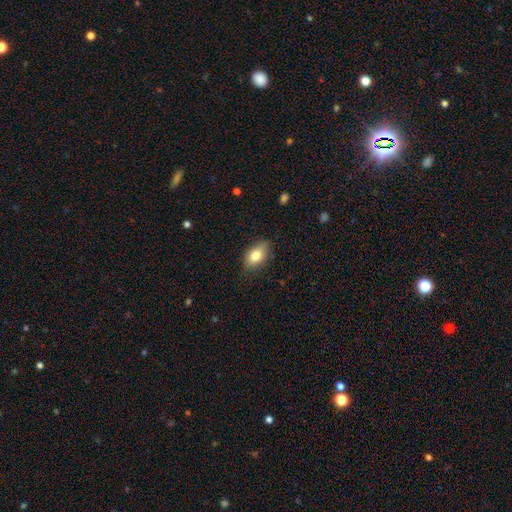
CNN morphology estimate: Smooth or featured?
  - smooth: 79% *
  - featured or disk: 13%
  - star or artifact: 8%
How rounded?
  - in between: 87% *
  - round: 11%
  - cigar-shaped: 3%
Merging?
  - none: 79% *
  - minor disturbance: 17%
  - major disturbance: 3%
  - merger: 1%